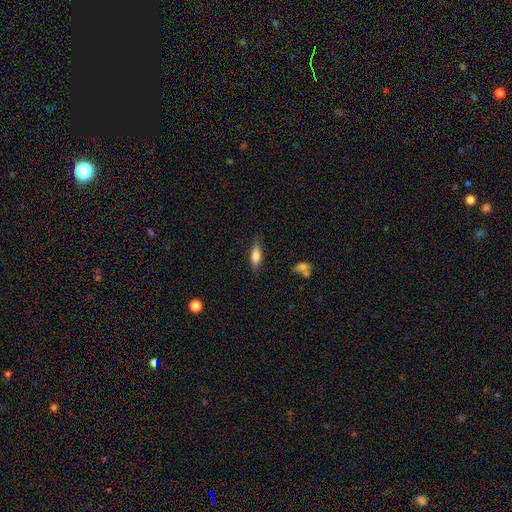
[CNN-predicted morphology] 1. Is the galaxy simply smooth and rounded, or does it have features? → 75% smooth, 18% featured or disk, 7% star or artifact.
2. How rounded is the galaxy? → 59% in between, 39% cigar-shaped, 2% round.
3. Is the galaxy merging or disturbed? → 82% none, 14% minor disturbance, 3% major disturbance, 2% merger.